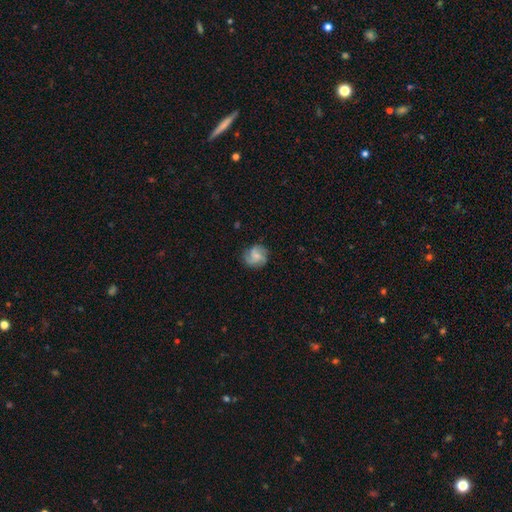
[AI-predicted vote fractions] Overall: featured or disk (61%; smooth 31%). Edge-on disk: no (98%). Bar: no (59%; weak 35%). Spiral arms: yes (94%). Spiral arm count: 3 (50%; 2 19%). Spiral winding: medium (47%; tight 35%). Bulge size: small (50%; moderate 30%). Merging: none (79%).